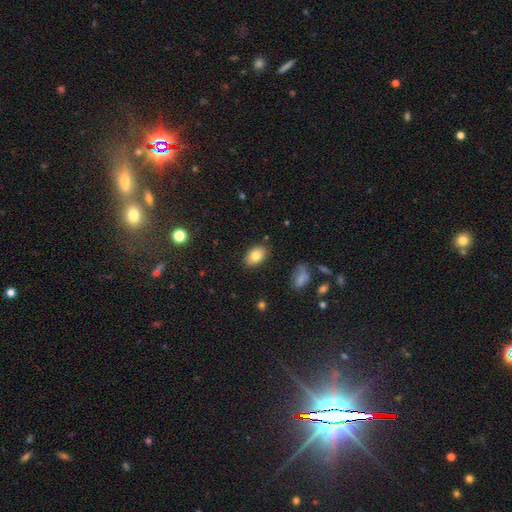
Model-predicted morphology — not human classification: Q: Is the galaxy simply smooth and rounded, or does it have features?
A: smooth — 80%.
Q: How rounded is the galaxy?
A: in between — 88%.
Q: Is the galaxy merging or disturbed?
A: none — 86%.